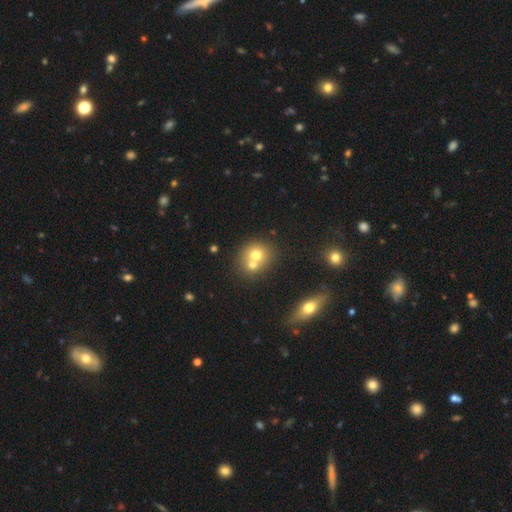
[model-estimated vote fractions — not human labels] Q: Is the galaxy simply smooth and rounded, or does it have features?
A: smooth — 68%.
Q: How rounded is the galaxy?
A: round — 78%.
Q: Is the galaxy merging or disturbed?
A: merger — 55%.